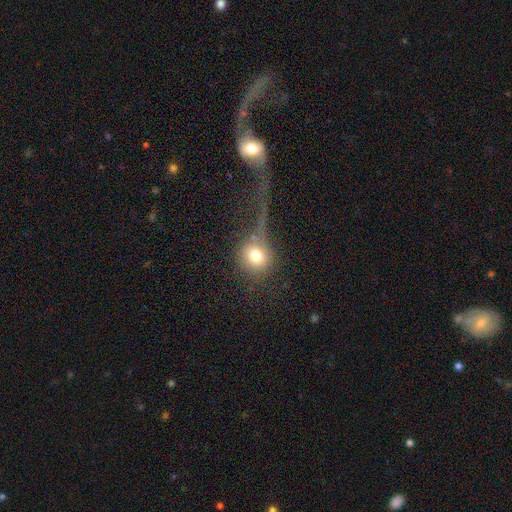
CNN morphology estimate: This appears to be a smooth galaxy with no disk features (74%) that is round (85%). Merging: none (39%).